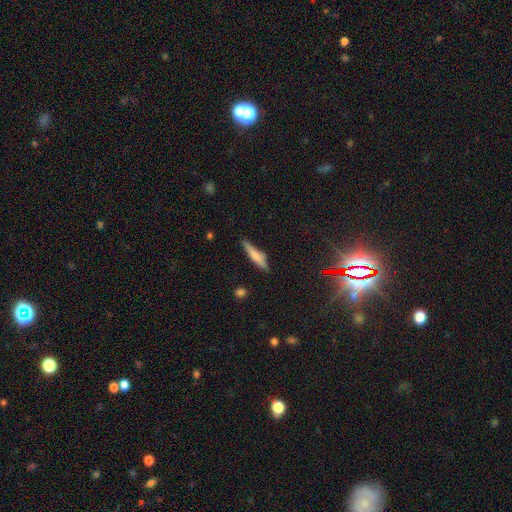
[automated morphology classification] Q: Smooth or featured?
A: smooth (61%); runner-up: featured or disk (31%)
Q: How rounded?
A: cigar-shaped (87%); runner-up: in between (11%)
Q: Merging?
A: none (77%); runner-up: minor disturbance (16%)